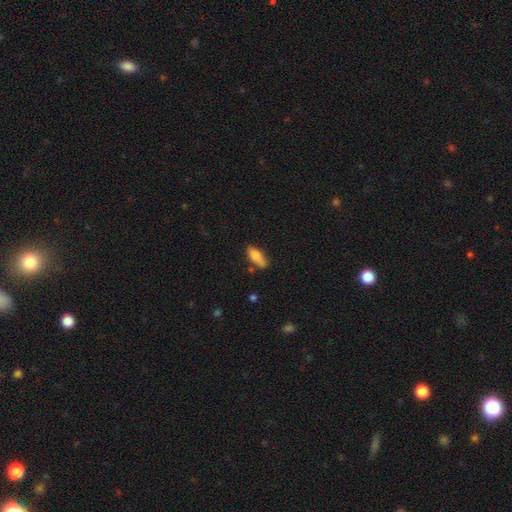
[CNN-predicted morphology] Smooth or featured? smooth (77%)
How rounded? in between (69%)
Merging? none (66%)